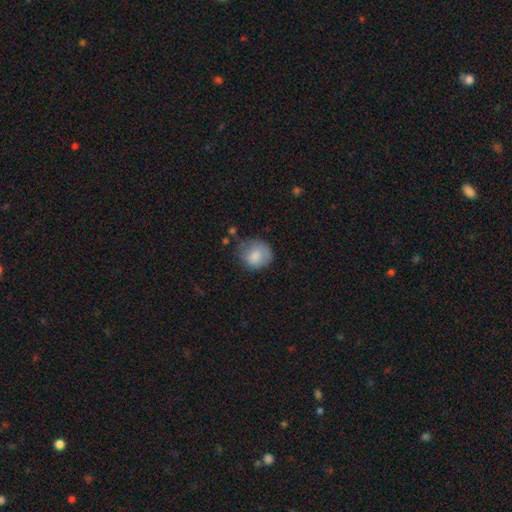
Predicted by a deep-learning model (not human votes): Smooth or featured?
  - smooth: 80% *
  - featured or disk: 13%
  - star or artifact: 7%
How rounded?
  - round: 72% *
  - in between: 27%
  - cigar-shaped: 1%
Merging?
  - none: 52% *
  - minor disturbance: 31%
  - major disturbance: 13%
  - merger: 3%